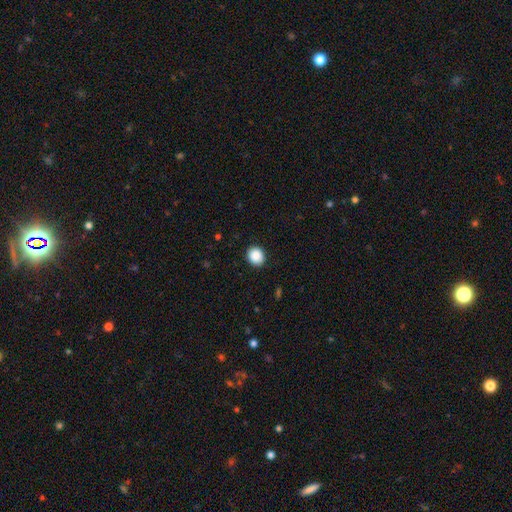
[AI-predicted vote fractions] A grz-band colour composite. It shows a smooth galaxy with no disk features (89%) that is round (74%). Merging: none (89%).